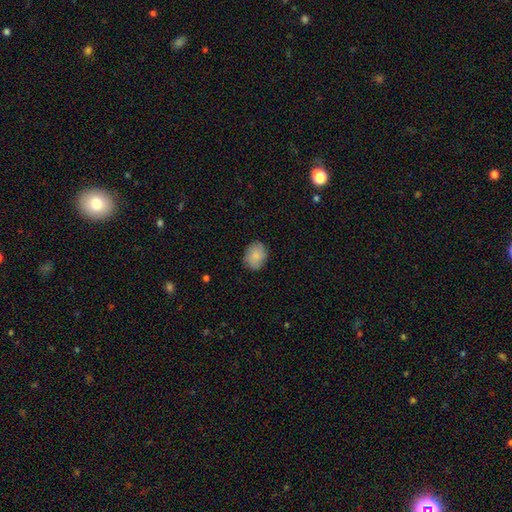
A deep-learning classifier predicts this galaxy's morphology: This is clearly a smooth galaxy (84%). How rounded: possibly in between (50%). Merging: clearly none (84%).